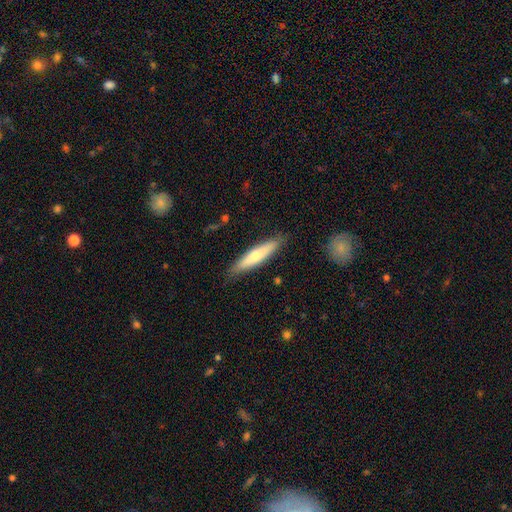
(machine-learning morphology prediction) A smooth galaxy with no disk features (62%) that is cigar-shaped (86%). Merging: none (87%).